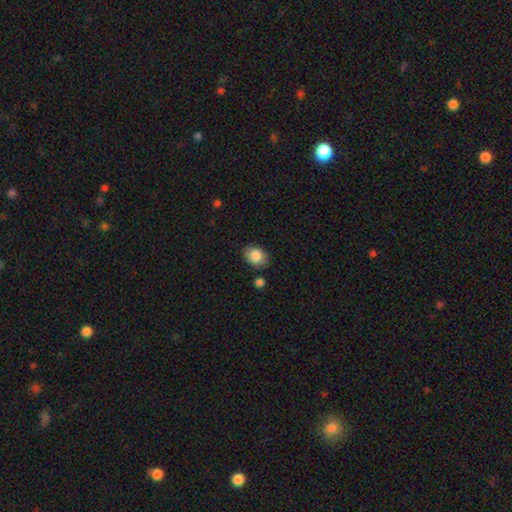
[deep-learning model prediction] This is clearly a smooth galaxy (86%). How rounded: likely in between (67%). Merging: likely none (78%).